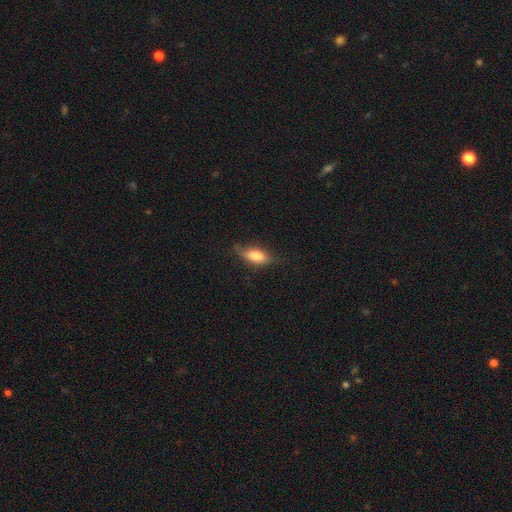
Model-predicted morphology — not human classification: Q: Smooth or featured?
A: smooth (76%); runner-up: featured or disk (17%)
Q: How rounded?
A: in between (77%); runner-up: cigar-shaped (20%)
Q: Merging?
A: none (65%); runner-up: minor disturbance (26%)